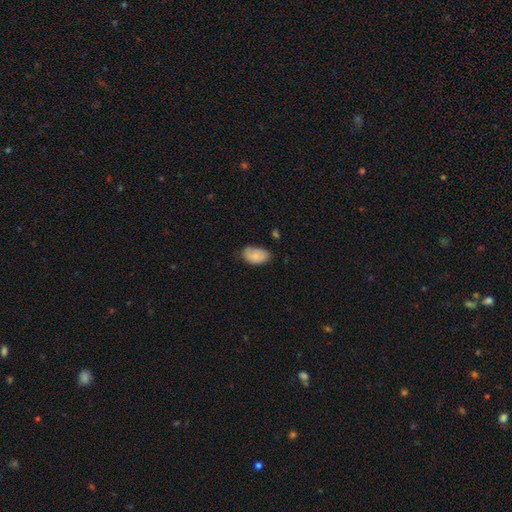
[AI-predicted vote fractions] This appears to be a smooth galaxy with no disk features (82%) that is in between round and cigar-shaped (92%). Merging: none (59%).